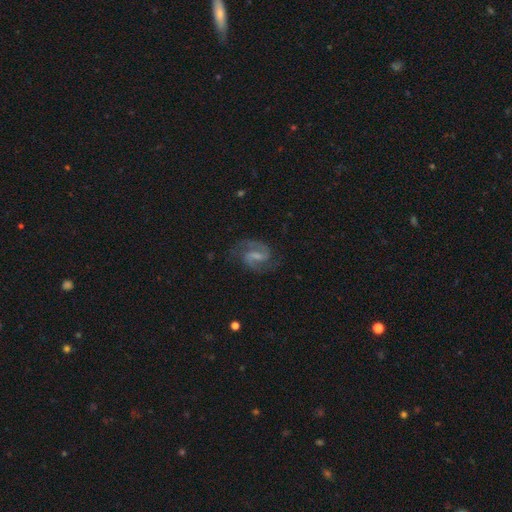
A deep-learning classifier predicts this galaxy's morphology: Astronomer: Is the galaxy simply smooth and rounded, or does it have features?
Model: featured or disk — 87%.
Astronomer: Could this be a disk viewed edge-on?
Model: no — 98%.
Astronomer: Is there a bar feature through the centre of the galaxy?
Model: weak — 54%.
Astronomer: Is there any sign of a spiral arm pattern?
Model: yes — 97%.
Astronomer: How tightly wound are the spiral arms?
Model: medium — 60%.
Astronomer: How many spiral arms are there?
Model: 2 — 93%.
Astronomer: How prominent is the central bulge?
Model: none — 36% (runner-up: small, 35%).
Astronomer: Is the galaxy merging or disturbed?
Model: none — 78%.